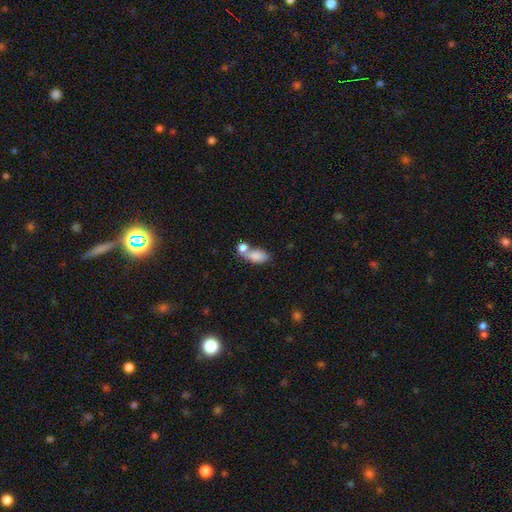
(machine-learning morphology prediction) Q: Smooth or featured?
A: smooth (80%); runner-up: featured or disk (12%)
Q: How rounded?
A: in between (85%); runner-up: round (8%)
Q: Merging?
A: merger (51%); runner-up: none (31%)